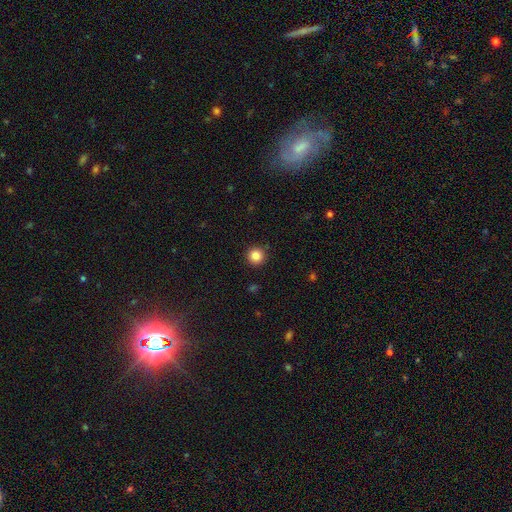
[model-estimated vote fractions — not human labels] smooth-or-featured: smooth: 85% | star or artifact: 11% | featured or disk: 4%
  how-rounded: round: 96% | in between: 3% | cigar-shaped: 1%
  merging: none: 92% | minor disturbance: 5% | major disturbance: 2% | merger: 1%